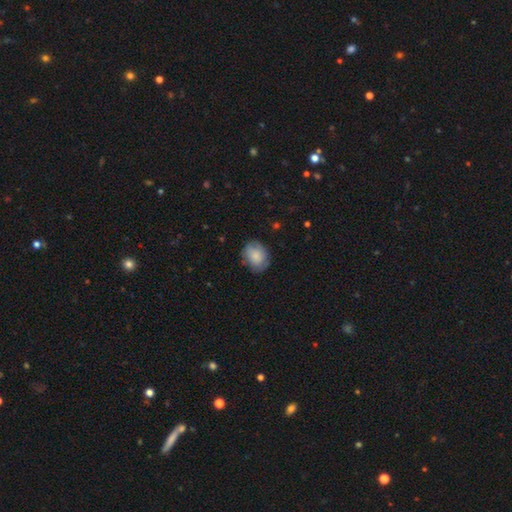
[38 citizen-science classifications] Overall: smooth (74%). How rounded: in between (54%; round 46%). Merging: none (71%).